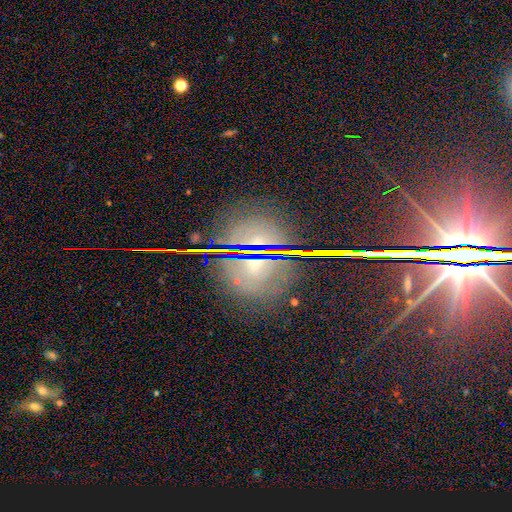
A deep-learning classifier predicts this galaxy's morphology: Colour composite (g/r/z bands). It shows a star or artifact, not a galaxy (52%).